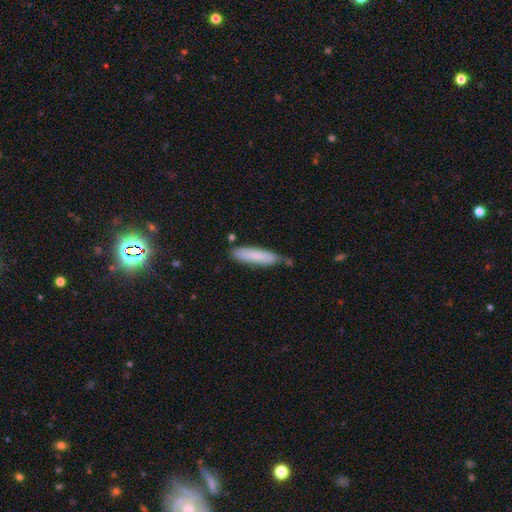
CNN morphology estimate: smooth-or-featured: smooth: 81% | featured or disk: 13% | star or artifact: 6%
  how-rounded: cigar-shaped: 77% | in between: 22% | round: 1%
  merging: none: 69% | minor disturbance: 22% | merger: 6% | major disturbance: 4%